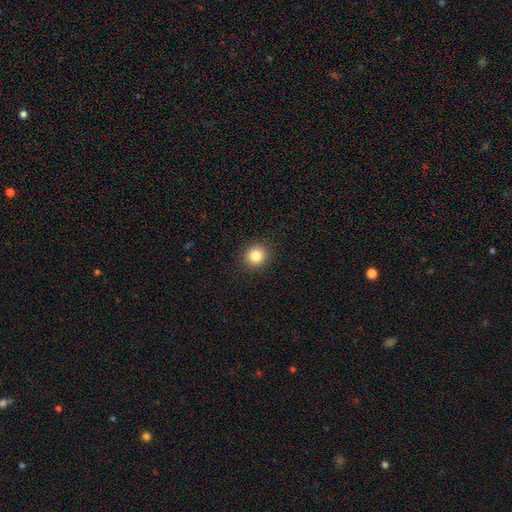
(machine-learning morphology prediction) A smooth galaxy with no disk features (83%) that is round (88%). Merging: none (92%).